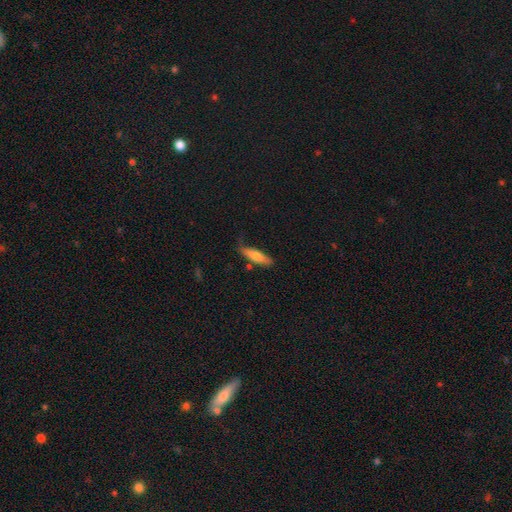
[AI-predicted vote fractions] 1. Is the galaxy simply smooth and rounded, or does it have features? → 70% smooth, 24% featured or disk, 6% star or artifact.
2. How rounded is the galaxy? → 63% cigar-shaped, 35% in between, 2% round.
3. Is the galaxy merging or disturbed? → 68% none, 23% minor disturbance, 5% major disturbance, 4% merger.